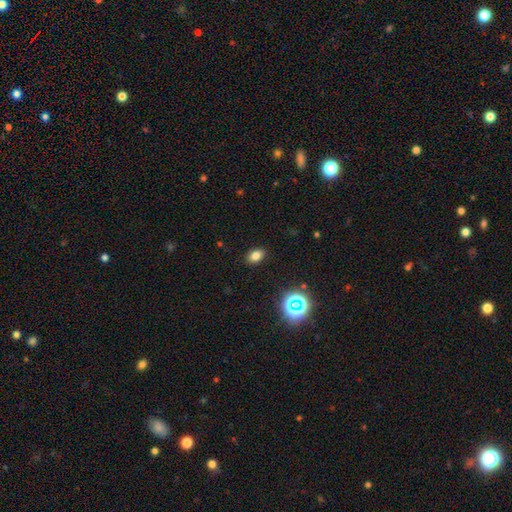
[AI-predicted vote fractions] smooth_or_featured: smooth (p=0.78) [alt: star or artifact p=0.15]
how_rounded: in between (p=0.83) [alt: round p=0.15]
merging: none (p=0.89) [alt: minor disturbance p=0.08]